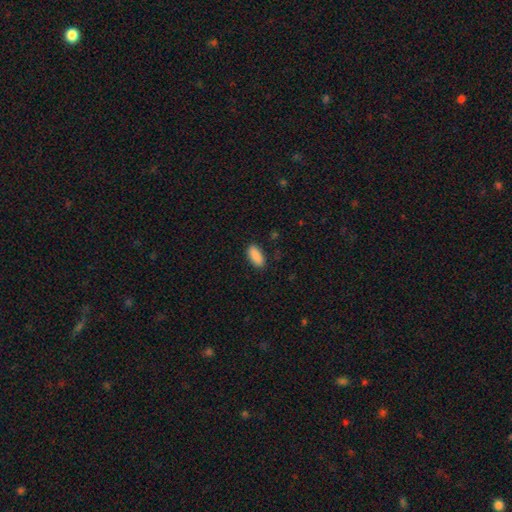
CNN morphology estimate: smooth_or_featured: smooth (p=0.90) [alt: star or artifact p=0.07]
how_rounded: in between (p=0.87) [alt: cigar-shaped p=0.11]
merging: none (p=0.87) [alt: minor disturbance p=0.09]